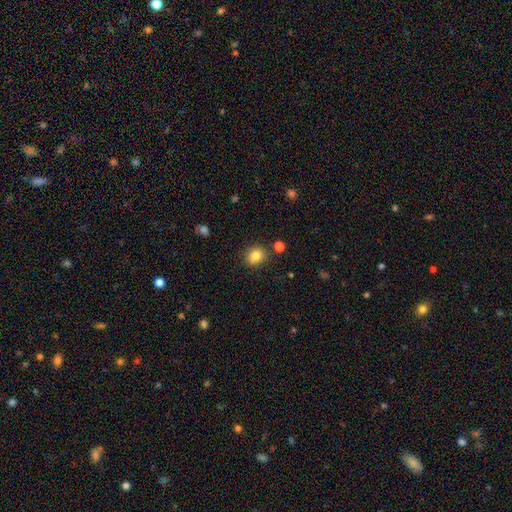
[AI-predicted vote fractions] This is clearly a smooth galaxy (82%). How rounded: likely round (72%). Merging: clearly none (85%).